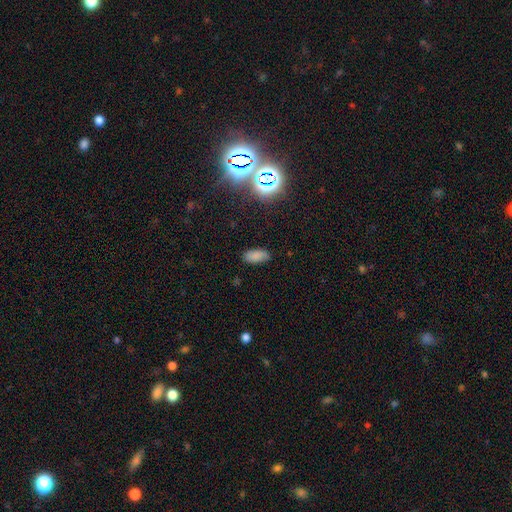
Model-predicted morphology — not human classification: The model was most divided on "smooth or featured": smooth: 80%, star or artifact: 13%, featured or disk: 6%. More confident: how rounded — in between (91%); merging — none (84%).